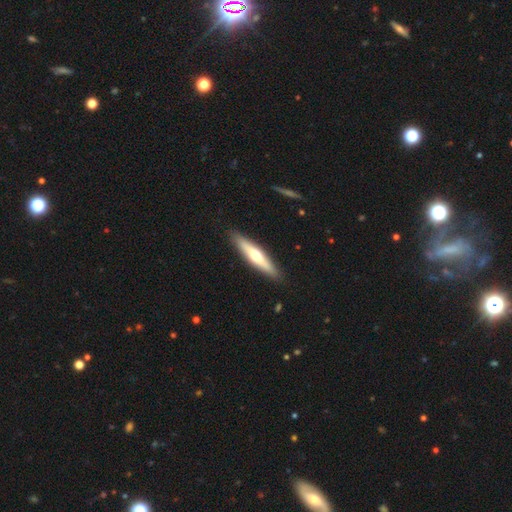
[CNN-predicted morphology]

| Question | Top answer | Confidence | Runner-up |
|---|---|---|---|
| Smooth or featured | smooth | 48% | featured or disk (47%) |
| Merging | none | 90% | minor disturbance (8%) |